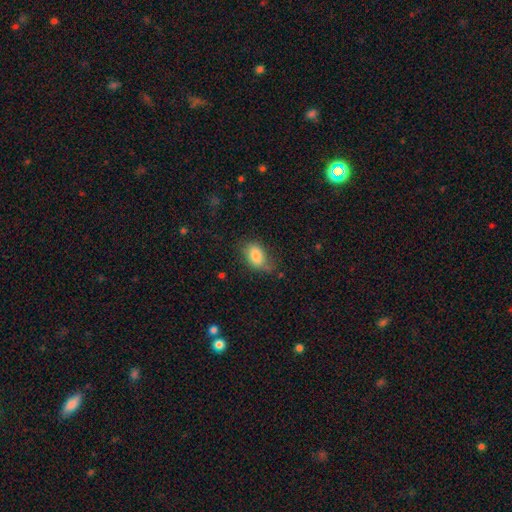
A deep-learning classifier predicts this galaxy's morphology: Smooth or featured? Predicted: smooth (p=0.81). How rounded? Predicted: in between (p=0.86). Merging? Predicted: none (p=0.58).